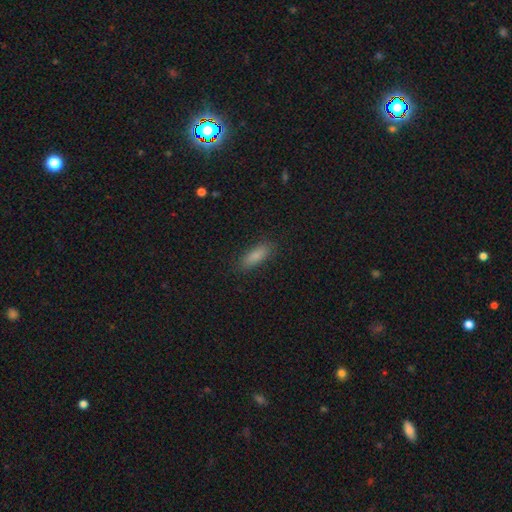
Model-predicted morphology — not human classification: type=smooth (85%); roundness=in between (62%); merging=none (86%).